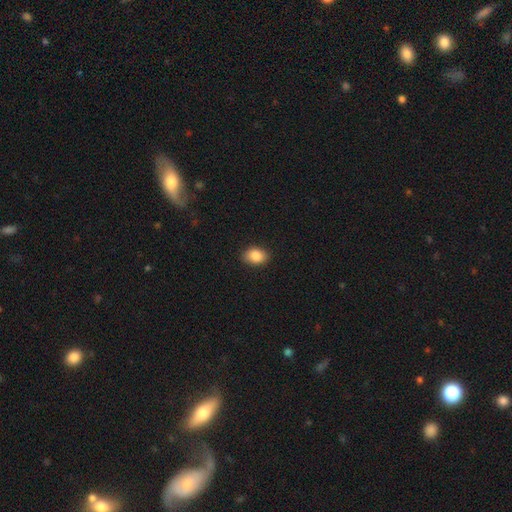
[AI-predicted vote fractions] The model was most divided on "how rounded": in between: 78%, round: 21%, cigar-shaped: 1%. More confident: merging — none (88%); smooth or featured — smooth (87%).